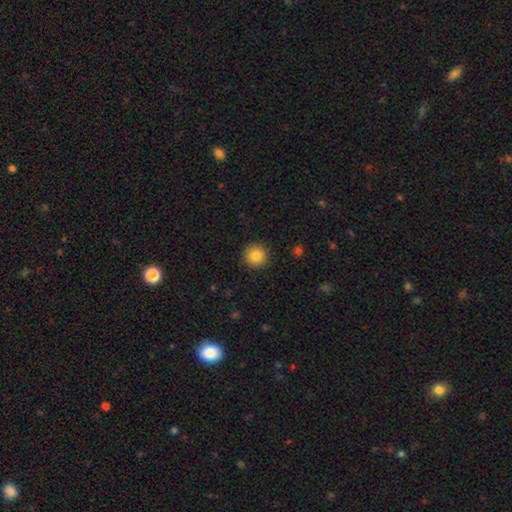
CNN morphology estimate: This is clearly a smooth galaxy (86%). How rounded: clearly round (94%). Merging: clearly none (91%).